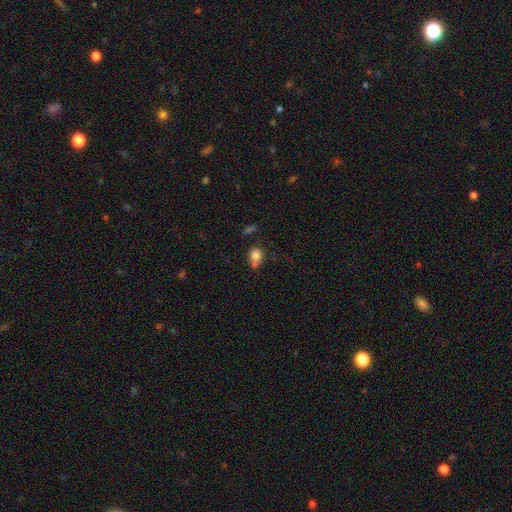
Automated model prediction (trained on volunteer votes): A smooth galaxy with no disk features (79%) that is round (67%). Merging: none (49%).